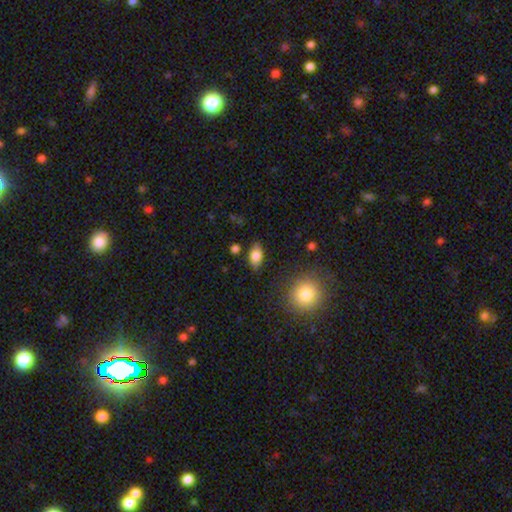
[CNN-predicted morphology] smooth_or_featured: smooth (p=0.80) [alt: featured or disk p=0.12]
how_rounded: in between (p=0.89) [alt: round p=0.08]
merging: none (p=0.84) [alt: minor disturbance p=0.11]